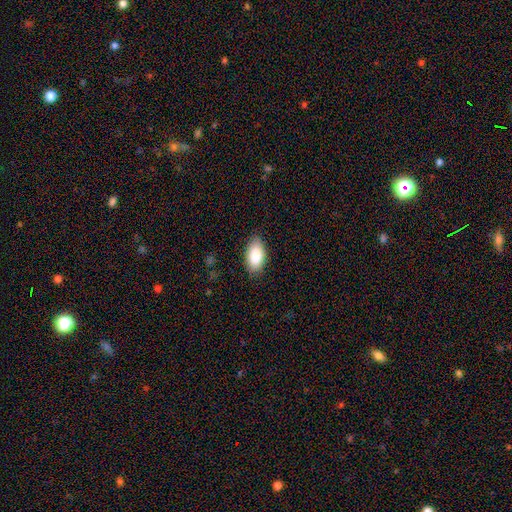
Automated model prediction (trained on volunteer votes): Smooth or featured?
  - smooth: 86% *
  - featured or disk: 8%
  - star or artifact: 6%
How rounded?
  - in between: 95% *
  - round: 3%
  - cigar-shaped: 3%
Merging?
  - none: 85% *
  - minor disturbance: 12%
  - major disturbance: 2%
  - merger: 1%